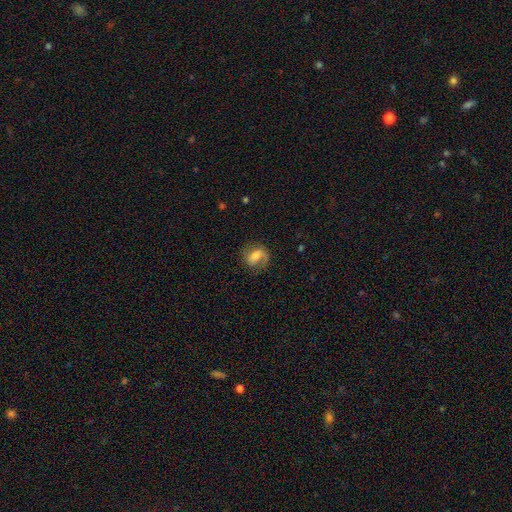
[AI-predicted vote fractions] Smooth or featured: featured or disk — 47% (smooth — 44%)
Merging: none — 66% (minor disturbance — 21%)